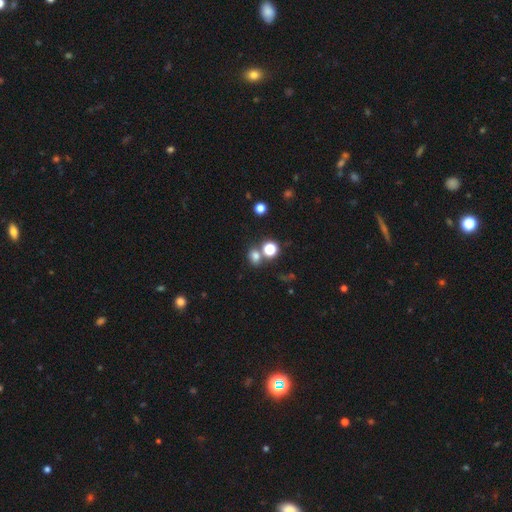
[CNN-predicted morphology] This is likely a smooth galaxy (72%). How rounded: possibly round (59%). Merging: likely none (61%).